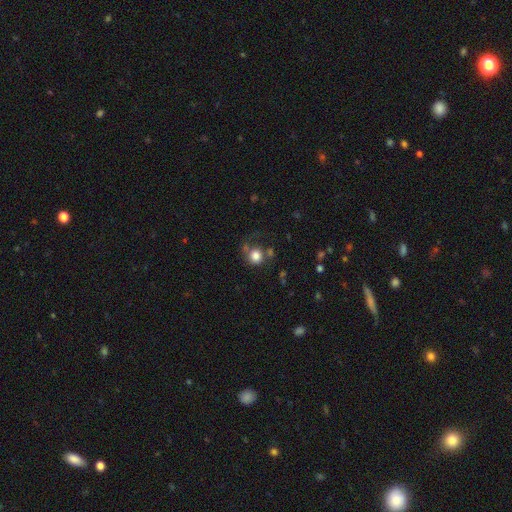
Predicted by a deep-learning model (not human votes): Overall: smooth (81%). How rounded: round (87%). Merging: none (56%; minor disturbance 17%).